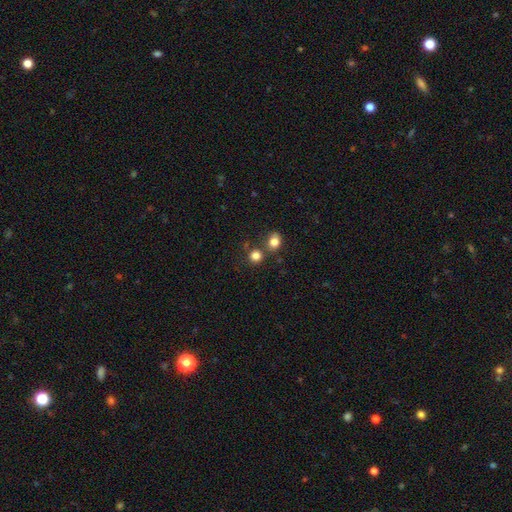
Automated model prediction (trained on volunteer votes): A smooth galaxy with no disk features (80%) that is round (85%).

Vote fractions:
- Smooth or featured? smooth: 80% / star or artifact: 14% / featured or disk: 6%
- How rounded? round: 85% / in between: 14% / cigar-shaped: 1%
- Merging? none: 68% / merger: 21% / minor disturbance: 8% / major disturbance: 3%